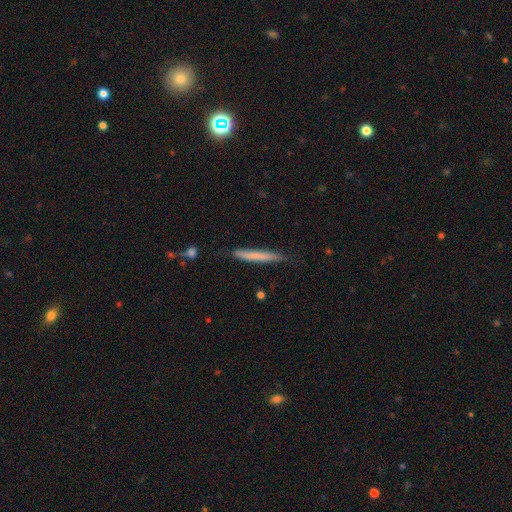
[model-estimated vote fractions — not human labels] smooth_or_featured: smooth (p=0.63) [alt: featured or disk p=0.31]
how_rounded: cigar-shaped (p=0.96) [alt: in between p=0.02]
merging: none (p=0.83) [alt: minor disturbance p=0.14]